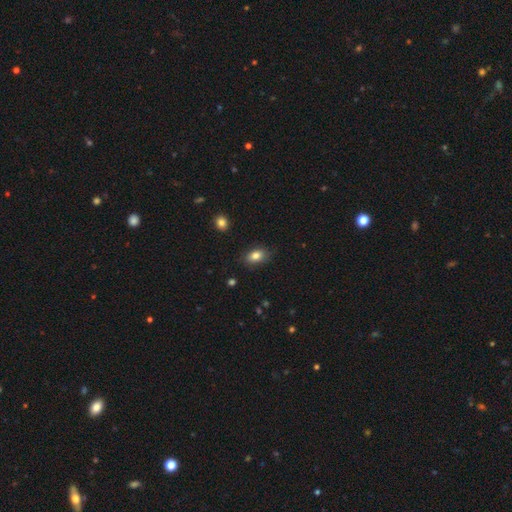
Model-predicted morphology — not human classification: This is clearly a smooth galaxy (83%). How rounded: clearly in between (85%). Merging: clearly none (83%).